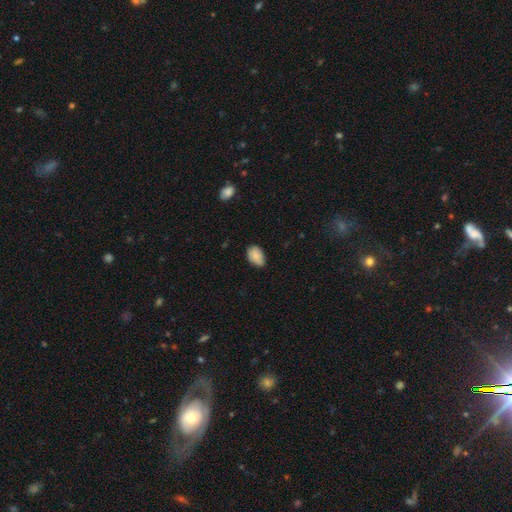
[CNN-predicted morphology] This appears to be a smooth galaxy with no disk features (85%) that is in between round and cigar-shaped (87%). Merging: none (68%).